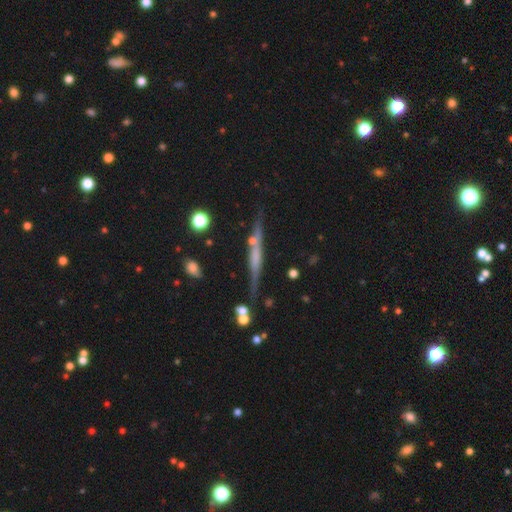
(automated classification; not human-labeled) Smooth or featured? featured or disk (66%)
Edge-on disk? yes (95%)
Edge-on bulge? none (41%)
Merging? none (76%)